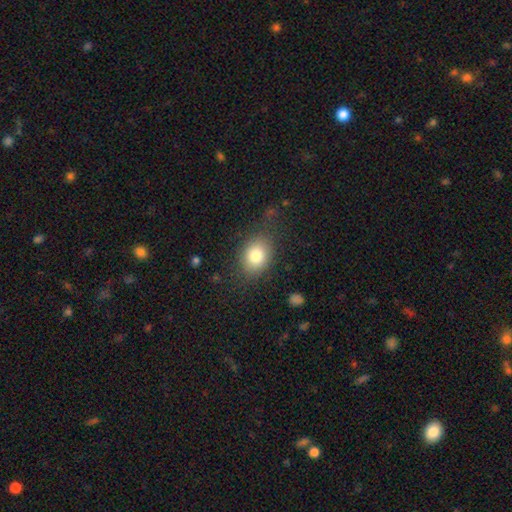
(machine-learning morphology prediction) The model was most divided on "how rounded": in between: 59%, round: 40%, cigar-shaped: 1%. More confident: smooth or featured — smooth (79%); merging — none (76%).